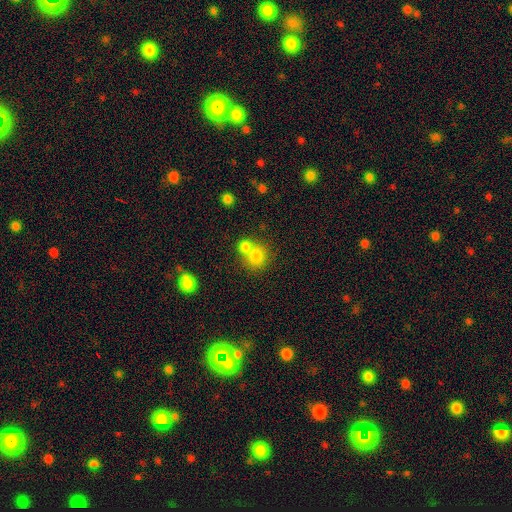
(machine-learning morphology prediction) This appears to be a smooth galaxy with no disk features (78%) that is round (83%). Merging: merger (46%).